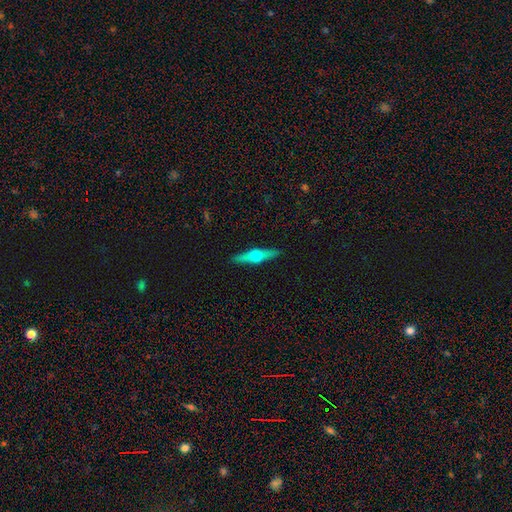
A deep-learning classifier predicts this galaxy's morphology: A featured or disk galaxy (70%) viewed edge-on (97%) with a rounded central bulge (96%). Merging: none (91%).